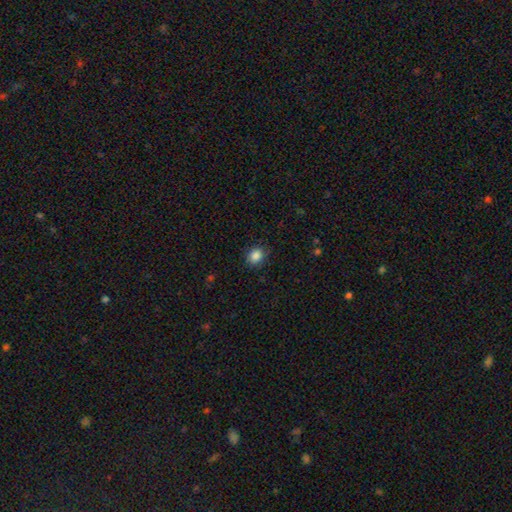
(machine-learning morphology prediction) This appears to be a smooth galaxy with no disk features (86%) that is round (64%). Merging: none (86%).